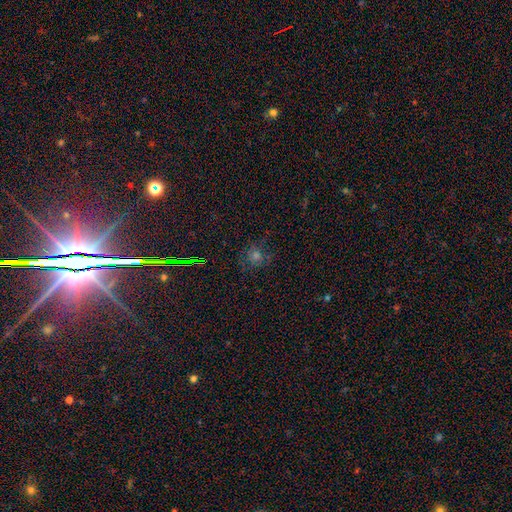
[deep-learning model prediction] A smooth galaxy with no disk features (40%). Merging: none (73%).